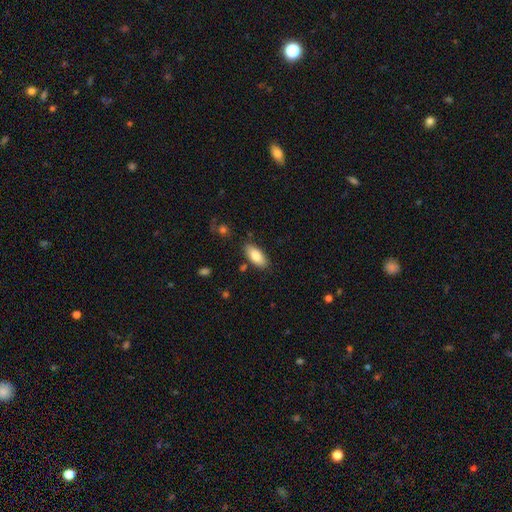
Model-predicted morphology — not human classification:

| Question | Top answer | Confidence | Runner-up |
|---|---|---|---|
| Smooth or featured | smooth | 83% | featured or disk (10%) |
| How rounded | in between | 87% | cigar-shaped (11%) |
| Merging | none | 83% | minor disturbance (12%) |